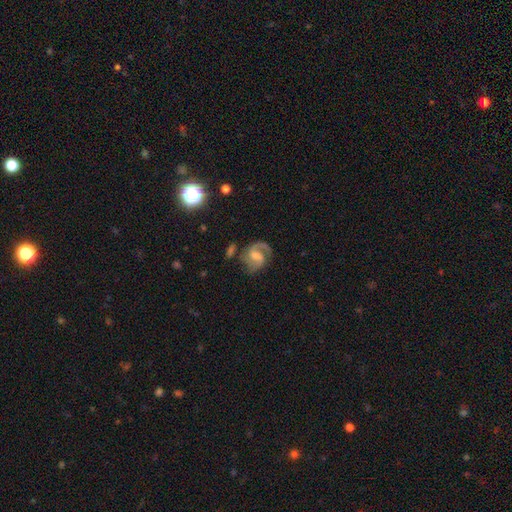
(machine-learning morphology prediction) Q: Smooth or featured?
A: featured or disk (85%); runner-up: smooth (8%)
Q: Edge-on disk?
A: no (98%); runner-up: yes (2%)
Q: Bar?
A: weak (55%); runner-up: no (27%)
Q: Spiral arms?
A: yes (97%); runner-up: no (3%)
Q: Spiral winding?
A: medium (57%); runner-up: tight (23%)
Q: Spiral arm count?
A: 2 (83%); runner-up: 1 (8%)
Q: Bulge size?
A: moderate (41%); runner-up: small (38%)
Q: Merging?
A: none (69%); runner-up: minor disturbance (17%)